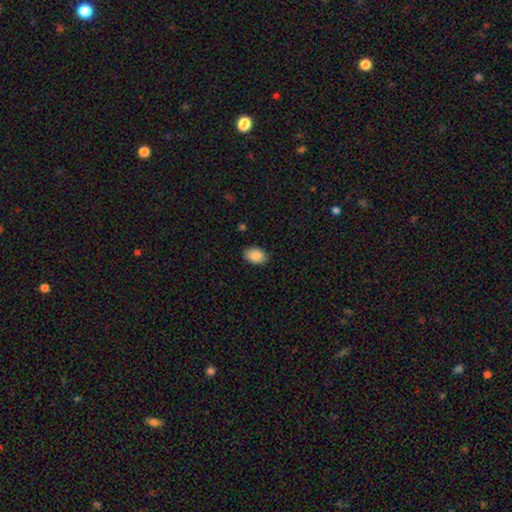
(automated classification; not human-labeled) This appears to be a smooth galaxy with no disk features (88%) that is in between round and cigar-shaped (85%). Merging: none (86%).